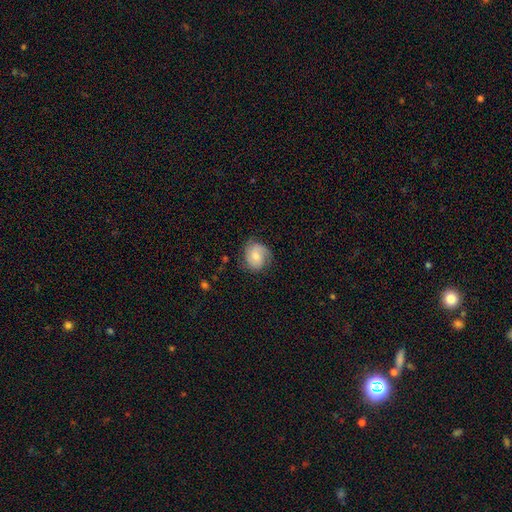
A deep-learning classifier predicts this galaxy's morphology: Smooth or featured: smooth — 50% (featured or disk — 43%)
Merging: none — 69% (minor disturbance — 22%)